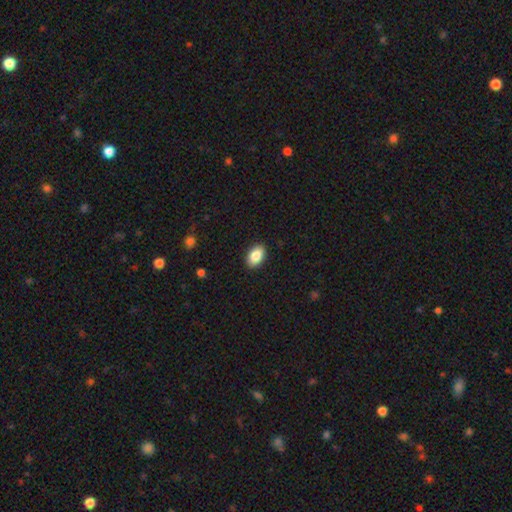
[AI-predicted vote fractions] Morphology: type=smooth (87%); roundness=in between (89%); merging=none (90%).